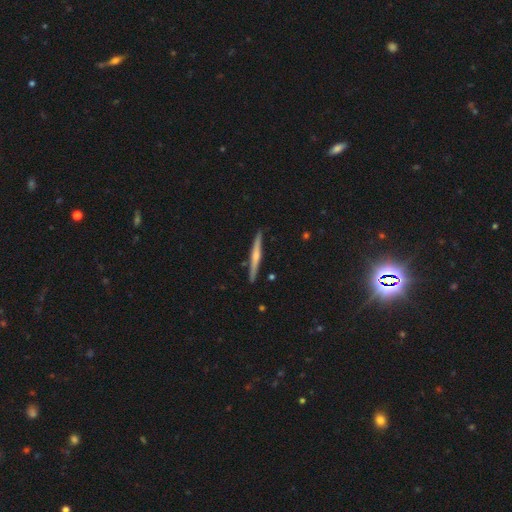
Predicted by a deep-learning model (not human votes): Smooth or featured? Predicted: featured or disk (p=0.62). Edge-on disk? Predicted: yes (p=0.98). Edge-on bulge? Predicted: rounded (p=0.68). Merging? Predicted: none (p=0.89).